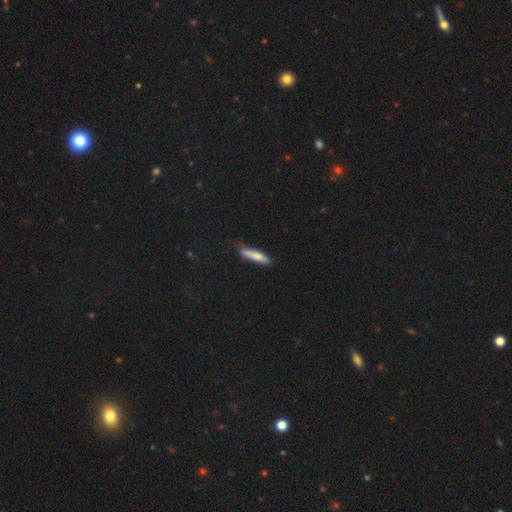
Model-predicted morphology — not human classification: smooth-or-featured: smooth: 74% | featured or disk: 19% | star or artifact: 7%
  how-rounded: cigar-shaped: 83% | in between: 15% | round: 2%
  merging: none: 62% | minor disturbance: 27% | major disturbance: 6% | merger: 5%